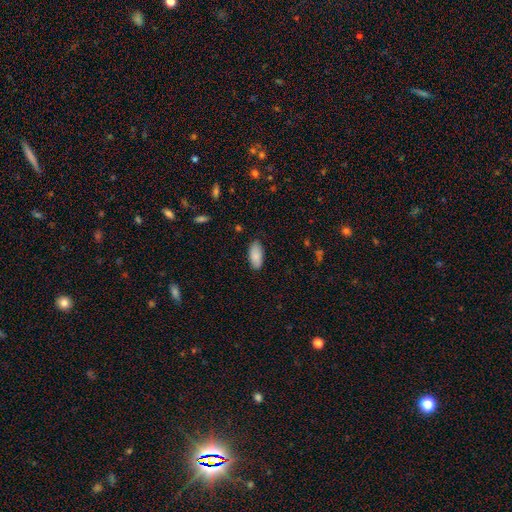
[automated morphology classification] The model was most divided on "merging": none: 85%, minor disturbance: 12%, major disturbance: 2%, merger: 1%. More confident: how rounded — in between (89%); smooth or featured — smooth (86%).